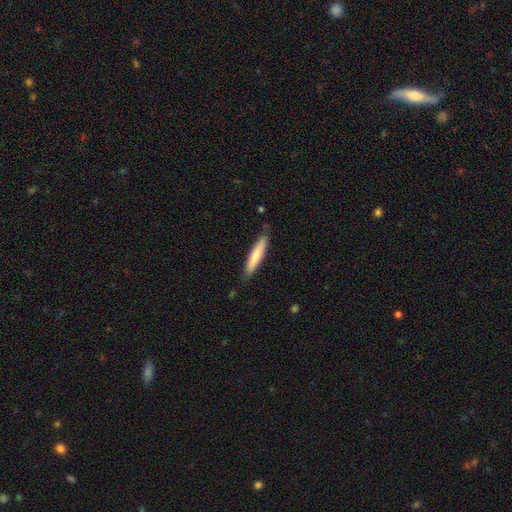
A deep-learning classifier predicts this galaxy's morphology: smooth_or_featured: smooth (p=0.77) [alt: featured or disk p=0.18]
how_rounded: cigar-shaped (p=0.89) [alt: in between p=0.10]
merging: none (p=0.86) [alt: minor disturbance p=0.11]